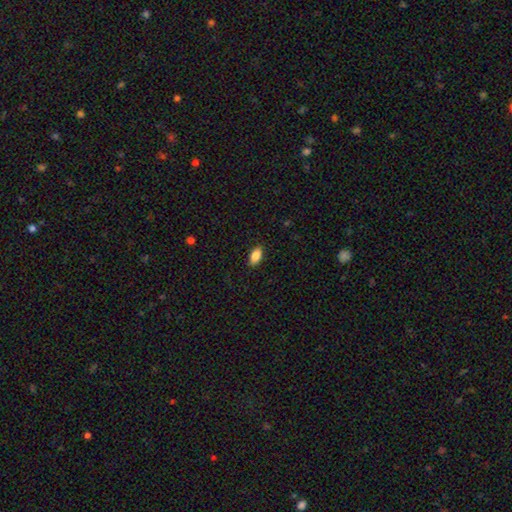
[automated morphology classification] Overall: smooth (87%). How rounded: in between (92%). Merging: none (89%).